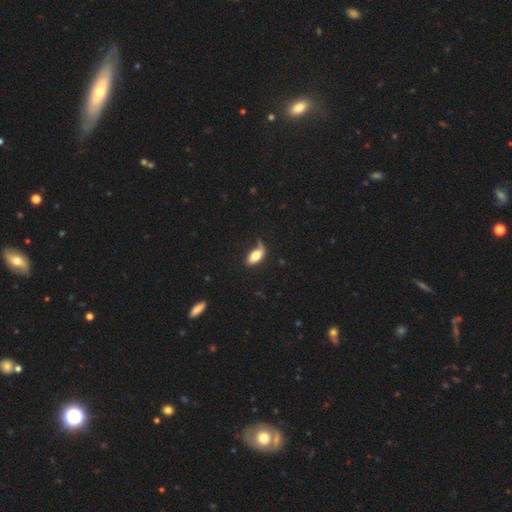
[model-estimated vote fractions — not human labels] Smooth or featured? Predicted: smooth (p=0.71). How rounded? Predicted: in between (p=0.88). Merging? Predicted: none (p=0.45).